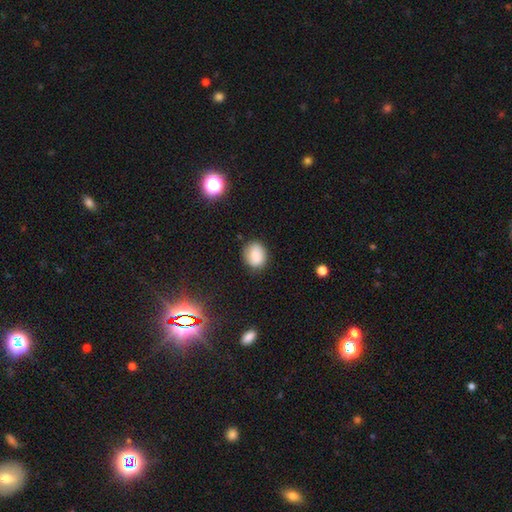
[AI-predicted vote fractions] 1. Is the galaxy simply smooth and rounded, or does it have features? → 79% smooth, 11% featured or disk, 10% star or artifact.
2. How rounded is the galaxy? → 56% round, 43% in between, 1% cigar-shaped.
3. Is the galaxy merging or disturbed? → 80% none, 15% minor disturbance, 3% major disturbance, 2% merger.